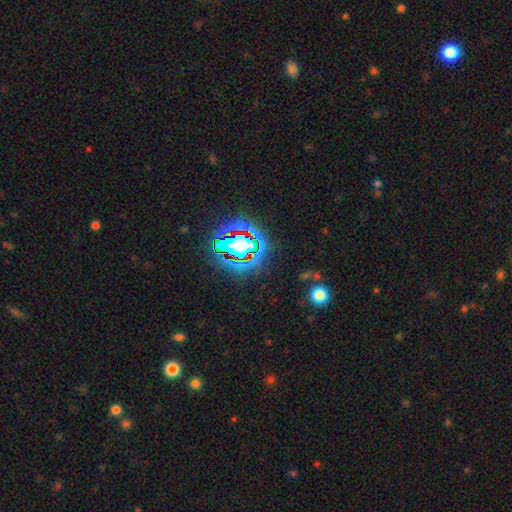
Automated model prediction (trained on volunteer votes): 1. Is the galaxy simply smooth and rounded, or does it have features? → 83% star or artifact, 10% smooth, 7% featured or disk.